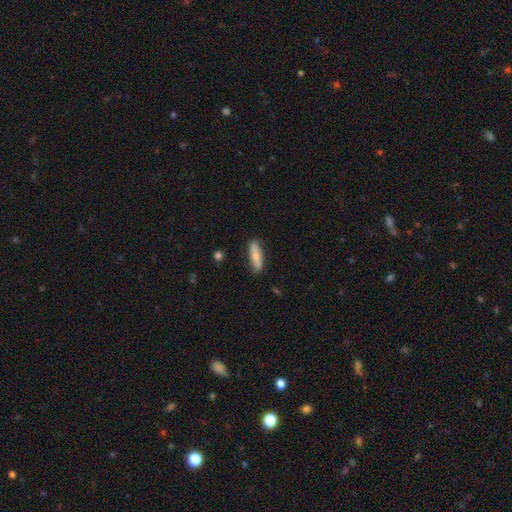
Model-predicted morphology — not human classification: Smooth or featured? smooth (67%)
How rounded? cigar-shaped (64%)
Merging? none (83%)